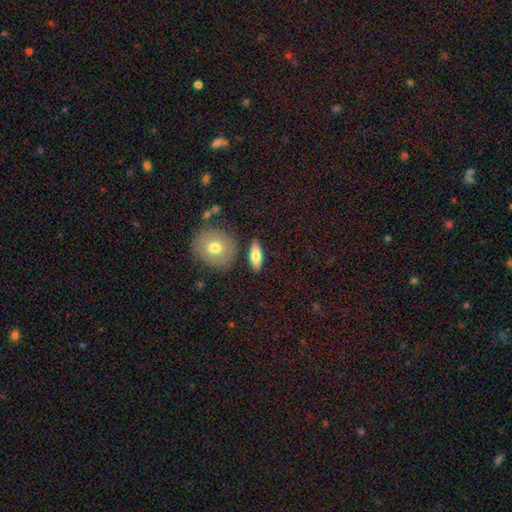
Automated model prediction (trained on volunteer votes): Smooth or featured?
  - smooth: 75% *
  - featured or disk: 19%
  - star or artifact: 6%
How rounded?
  - in between: 67% *
  - cigar-shaped: 28%
  - round: 5%
Merging?
  - none: 83% *
  - minor disturbance: 10%
  - merger: 4%
  - major disturbance: 3%